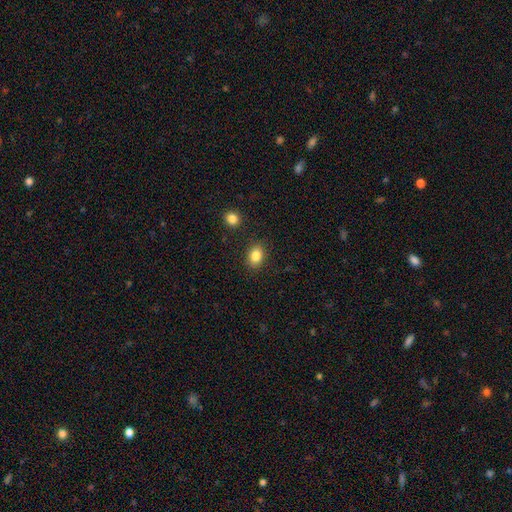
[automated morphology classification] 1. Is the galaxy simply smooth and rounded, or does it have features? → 84% smooth, 10% star or artifact, 7% featured or disk.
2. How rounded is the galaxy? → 69% in between, 30% round, 1% cigar-shaped.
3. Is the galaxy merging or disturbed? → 86% none, 9% minor disturbance, 3% major disturbance, 2% merger.